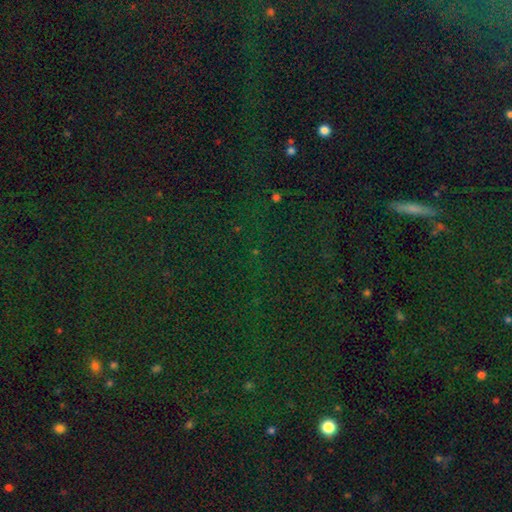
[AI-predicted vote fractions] This appears to be a star or artifact, not a galaxy (80%).